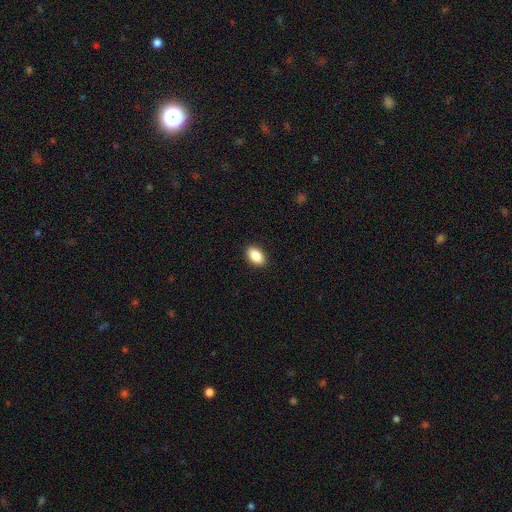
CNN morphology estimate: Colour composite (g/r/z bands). It shows a smooth galaxy with no disk features (89%) that is in between round and cigar-shaped (92%). Merging: none (90%).